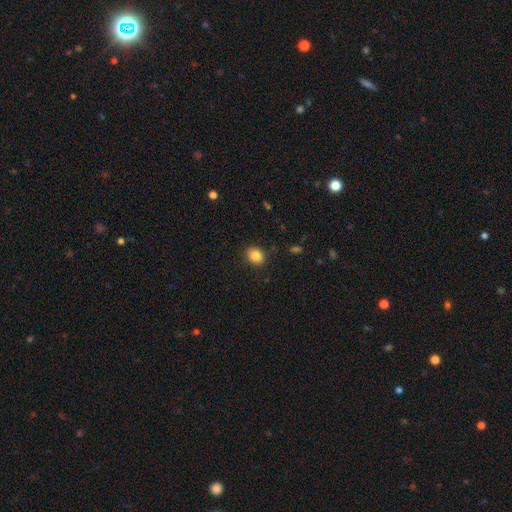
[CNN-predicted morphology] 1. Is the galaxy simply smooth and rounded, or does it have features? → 85% smooth, 10% star or artifact, 5% featured or disk.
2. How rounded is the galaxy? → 57% round, 43% in between, 1% cigar-shaped.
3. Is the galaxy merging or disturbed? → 86% none, 10% minor disturbance, 3% major disturbance, 1% merger.